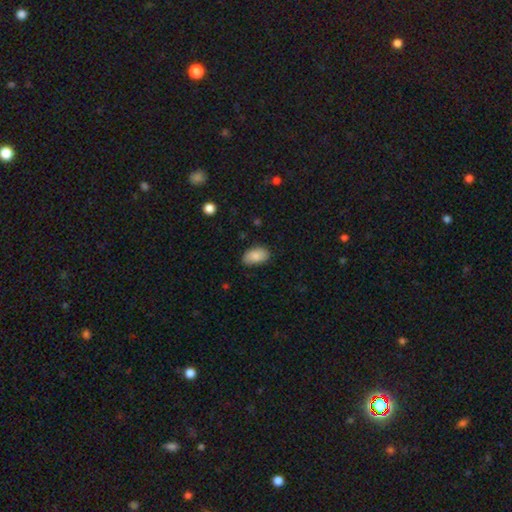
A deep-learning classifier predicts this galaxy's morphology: Smooth or featured?
  - smooth: 87% *
  - star or artifact: 7%
  - featured or disk: 6%
How rounded?
  - in between: 93% *
  - round: 5%
  - cigar-shaped: 1%
Merging?
  - none: 79% *
  - minor disturbance: 17%
  - major disturbance: 3%
  - merger: 1%